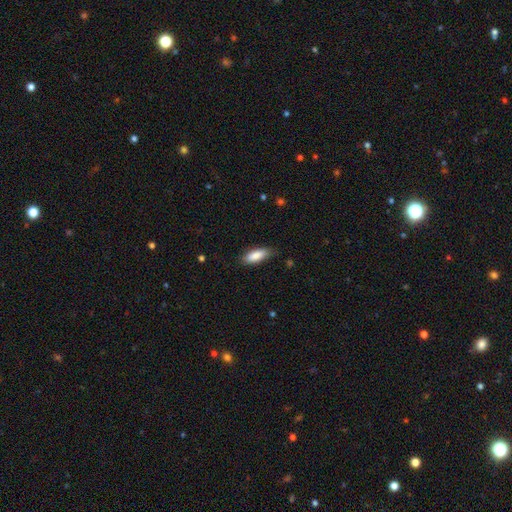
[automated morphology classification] This appears to be a smooth galaxy with no disk features (84%) that is in between round and cigar-shaped (70%). Merging: none (77%).